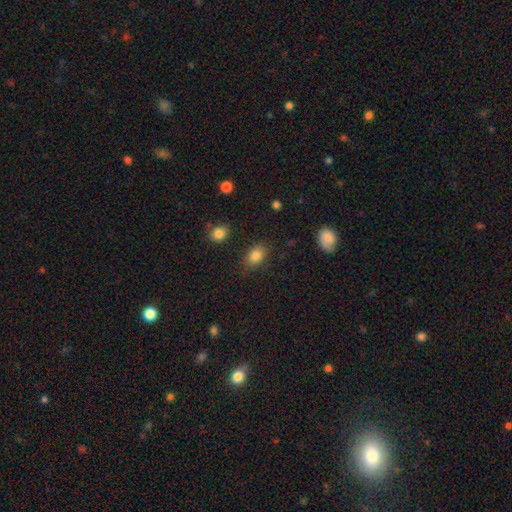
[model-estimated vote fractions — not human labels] Q: Smooth or featured?
A: smooth (84%); runner-up: star or artifact (10%)
Q: How rounded?
A: in between (83%); runner-up: round (15%)
Q: Merging?
A: none (81%); runner-up: minor disturbance (13%)